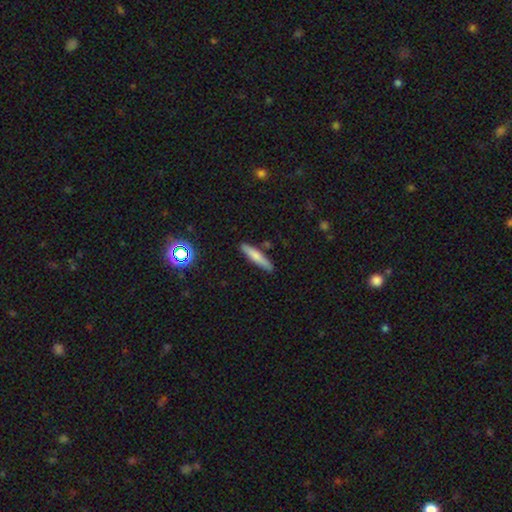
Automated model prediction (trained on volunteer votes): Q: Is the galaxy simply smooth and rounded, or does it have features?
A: smooth — 71%.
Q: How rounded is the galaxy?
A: cigar-shaped — 88%.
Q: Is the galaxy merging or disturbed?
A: none — 87%.